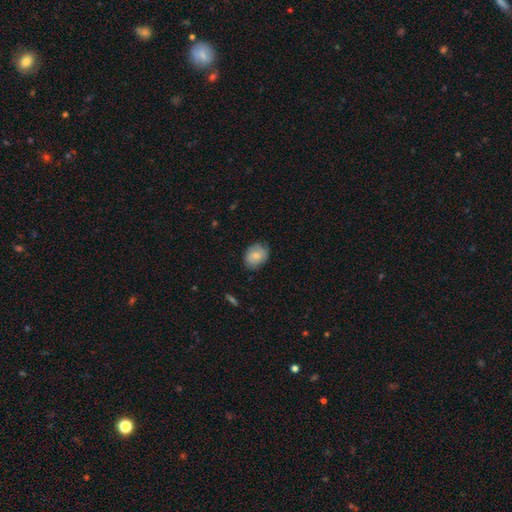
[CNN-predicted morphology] smooth_or_featured: smooth (p=0.64) [alt: featured or disk p=0.29]
how_rounded: in between (p=0.53) [alt: round p=0.46]
merging: none (p=0.77) [alt: minor disturbance p=0.18]